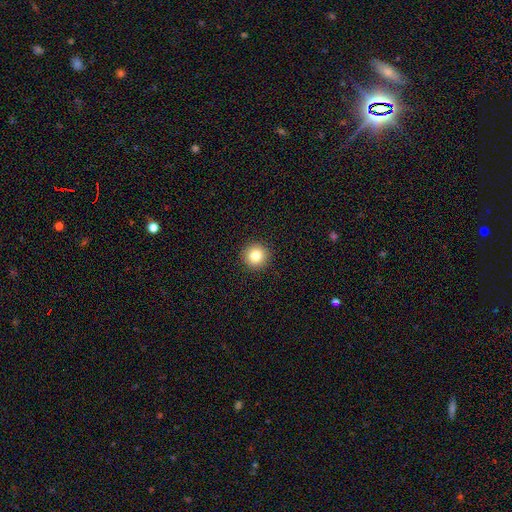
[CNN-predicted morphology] The model was most divided on "smooth or featured": smooth: 83%, star or artifact: 11%, featured or disk: 7%. More confident: how rounded — round (95%); merging — none (93%).